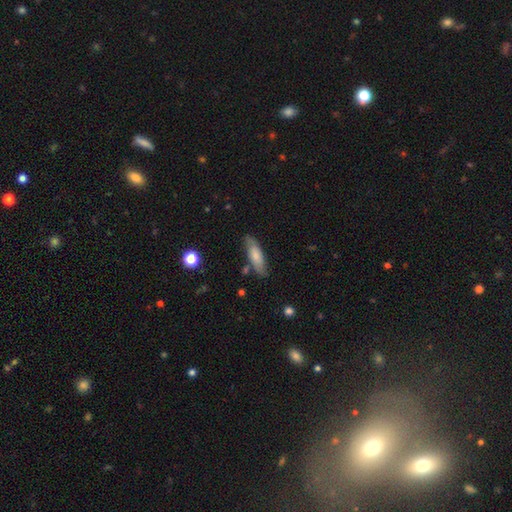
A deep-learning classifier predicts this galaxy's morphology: smooth_or_featured: smooth (p=0.68) [alt: featured or disk p=0.25]
how_rounded: cigar-shaped (p=0.49) [tied with: in between p=0.49]
merging: none (p=0.76) [alt: minor disturbance p=0.16]